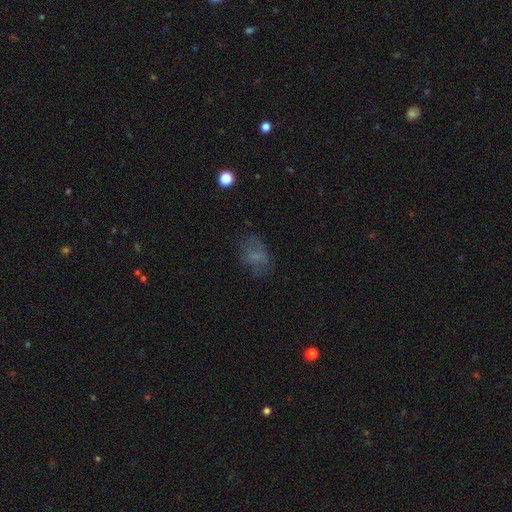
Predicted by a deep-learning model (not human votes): Smooth or featured? smooth (58%)
How rounded? in between (75%)
Merging? none (62%)